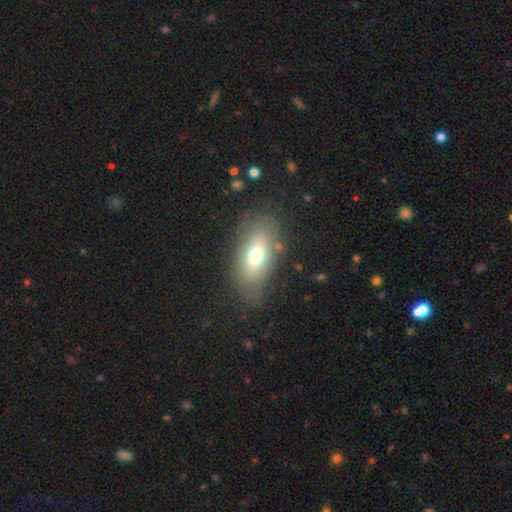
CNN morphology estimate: smooth 66%, featured or disk 24%, star or artifact 10%. Down the decision tree: how rounded — in between (85%); merging — none (74%).